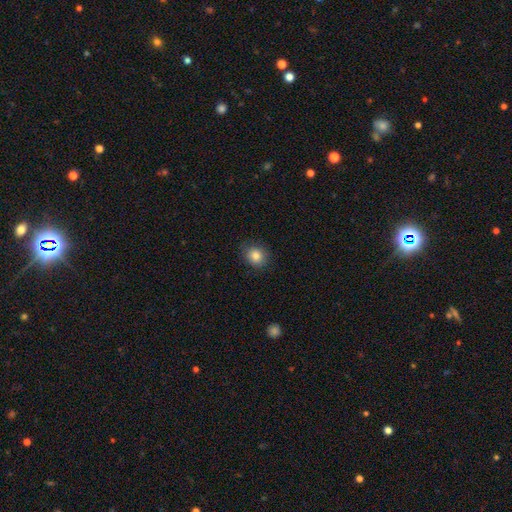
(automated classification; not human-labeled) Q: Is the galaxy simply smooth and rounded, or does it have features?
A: smooth — 83%.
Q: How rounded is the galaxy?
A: round — 75%.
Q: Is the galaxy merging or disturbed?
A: none — 86%.